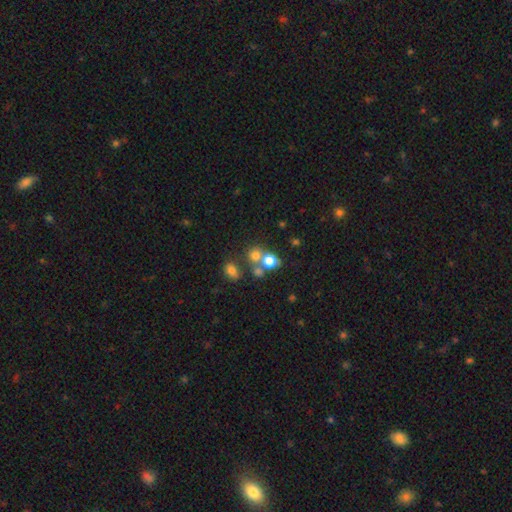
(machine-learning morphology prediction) Q: Smooth or featured?
A: smooth (70%); runner-up: star or artifact (18%)
Q: How rounded?
A: round (80%); runner-up: in between (19%)
Q: Merging?
A: none (48%); runner-up: merger (39%)